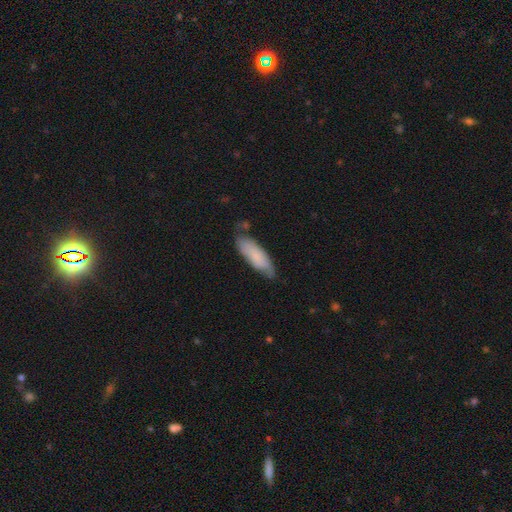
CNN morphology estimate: smooth_or_featured: smooth (p=0.76) [alt: featured or disk p=0.18]
how_rounded: in between (p=0.51) [alt: cigar-shaped p=0.48]
merging: none (p=0.68) [alt: minor disturbance p=0.25]